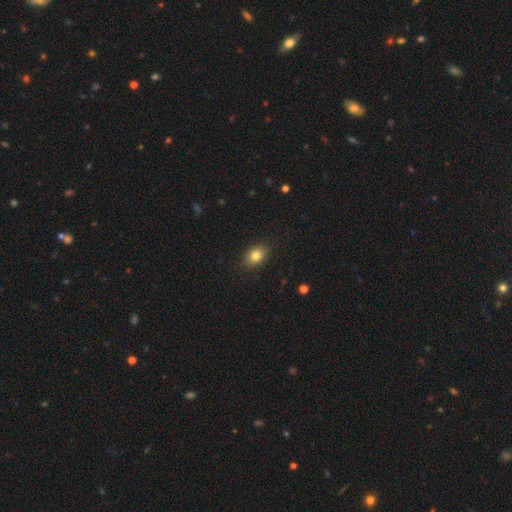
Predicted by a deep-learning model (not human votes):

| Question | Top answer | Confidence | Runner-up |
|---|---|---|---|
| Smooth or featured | smooth | 82% | star or artifact (9%) |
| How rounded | in between | 75% | round (23%) |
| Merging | none | 86% | minor disturbance (10%) |